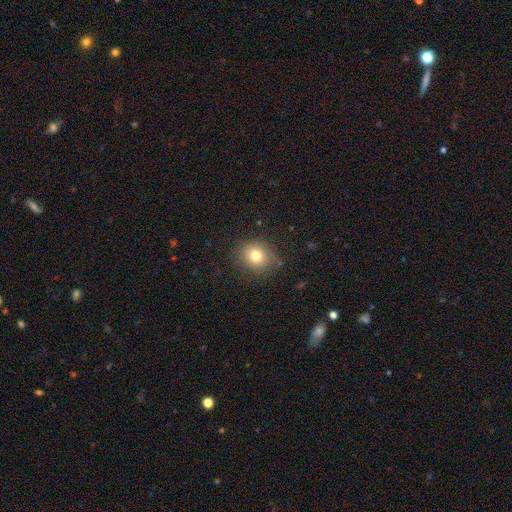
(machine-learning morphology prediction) smooth 78%, star or artifact 12%, featured or disk 10%. Down the decision tree: how rounded — round (76%); merging — none (82%).